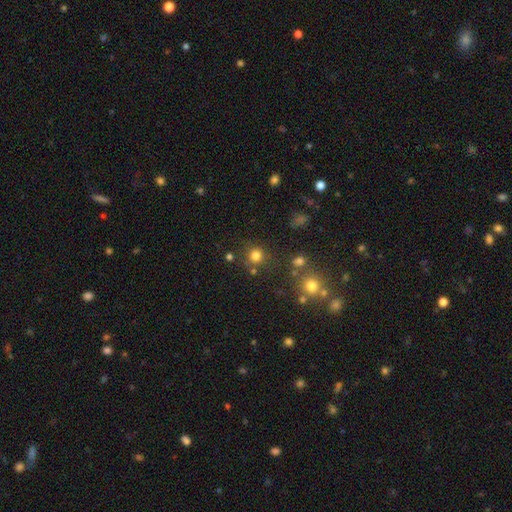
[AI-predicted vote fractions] smooth_or_featured: smooth (p=0.78) [alt: star or artifact p=0.16]
how_rounded: round (p=0.92) [alt: in between p=0.07]
merging: none (p=0.79) [alt: minor disturbance p=0.09]